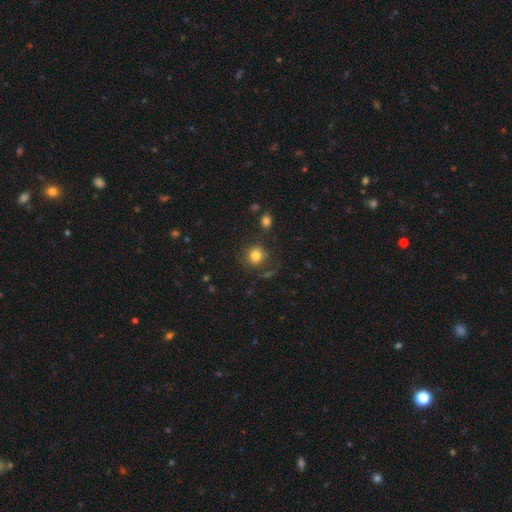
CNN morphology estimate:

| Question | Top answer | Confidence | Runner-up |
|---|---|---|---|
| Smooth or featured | smooth | 80% | star or artifact (12%) |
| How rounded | round | 85% | in between (14%) |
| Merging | none | 78% | minor disturbance (13%) |